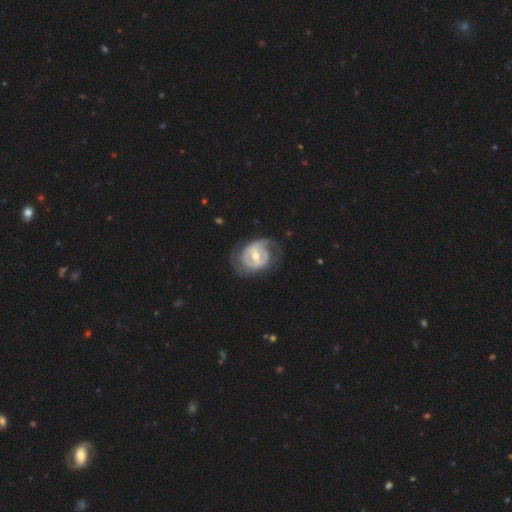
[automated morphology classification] This appears to be a featured or disk galaxy (79%) with a weak bar (44%), 2 (64%) tight (43%) spiral arms (75%) and a moderate central bulge (69%). Merging: none (60%).